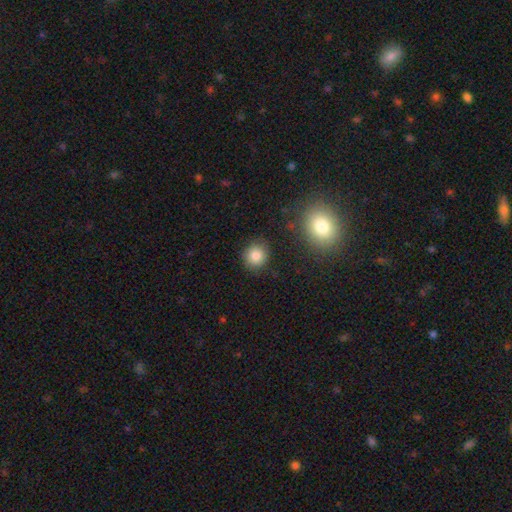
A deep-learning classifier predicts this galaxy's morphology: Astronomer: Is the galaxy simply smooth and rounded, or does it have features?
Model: smooth — 85%.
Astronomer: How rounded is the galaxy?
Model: round — 88%.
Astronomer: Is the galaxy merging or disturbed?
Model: none — 87%.